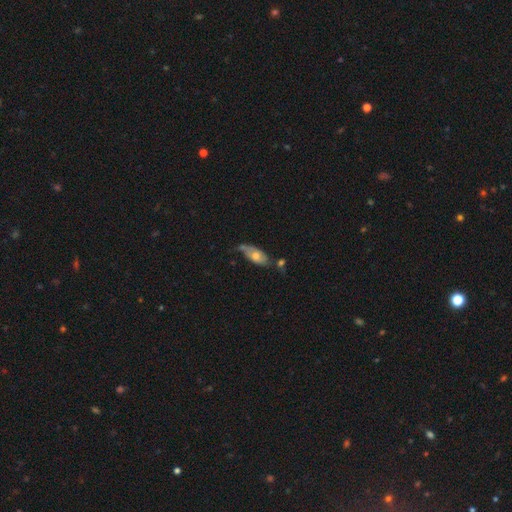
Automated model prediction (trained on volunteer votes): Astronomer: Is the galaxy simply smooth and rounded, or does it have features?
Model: smooth — 54% (runner-up: featured or disk, 39%).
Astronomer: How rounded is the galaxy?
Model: in between — 84%.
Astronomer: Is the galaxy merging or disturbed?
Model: none — 40% (runner-up: minor disturbance, 31%).